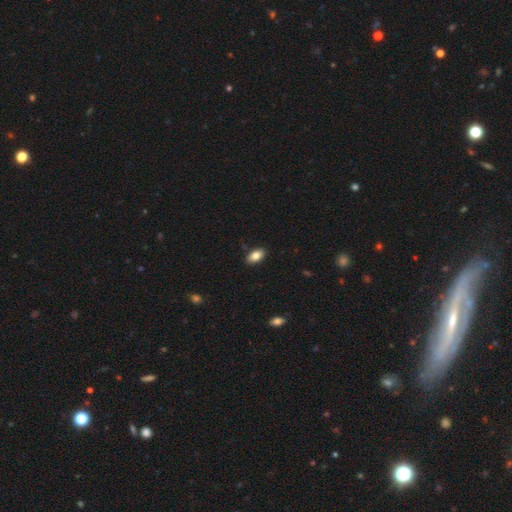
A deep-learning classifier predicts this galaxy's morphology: Smooth or featured: smooth — 84% (featured or disk — 8%)
How rounded: in between — 92% (round — 5%)
Merging: none — 88% (minor disturbance — 9%)